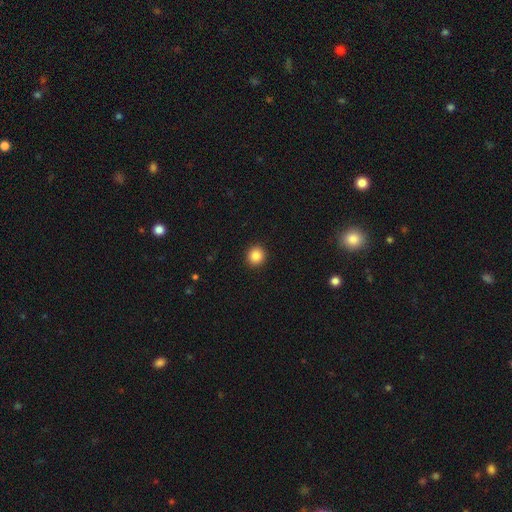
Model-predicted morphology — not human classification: Smooth or featured? smooth (87%)
How rounded? round (92%)
Merging? none (93%)